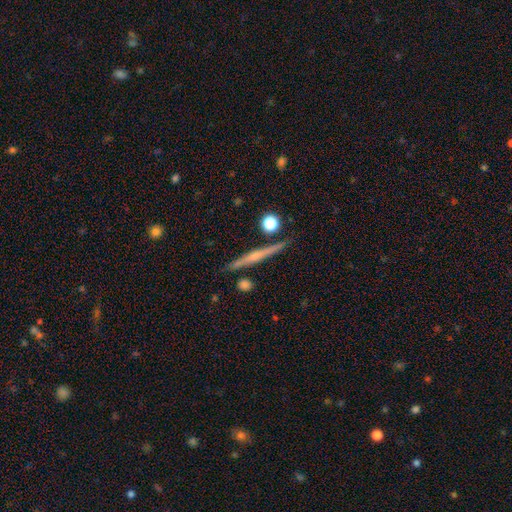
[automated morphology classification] type=featured or disk (70%); edge-on=yes (98%); edge-on bulge=rounded (68%); merging=none (87%).